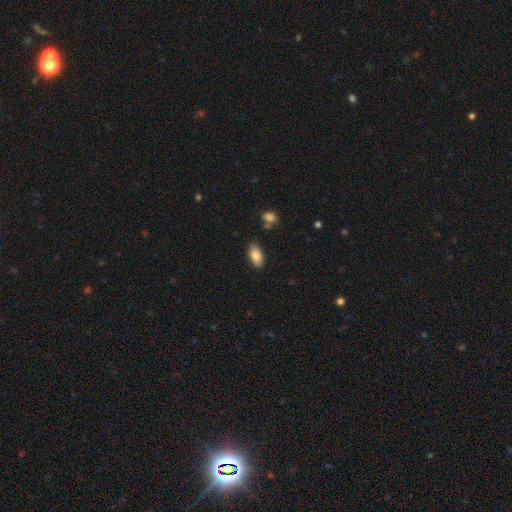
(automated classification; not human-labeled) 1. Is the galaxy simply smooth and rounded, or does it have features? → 81% smooth, 12% featured or disk, 7% star or artifact.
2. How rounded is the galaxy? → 93% in between, 4% cigar-shaped, 3% round.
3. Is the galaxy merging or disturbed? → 84% none, 11% minor disturbance, 2% merger, 2% major disturbance.